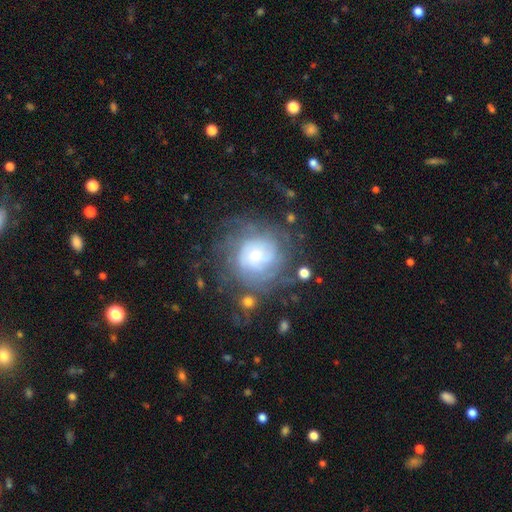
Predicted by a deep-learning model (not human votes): Q: Smooth or featured?
A: featured or disk (66%); runner-up: smooth (25%)
Q: Edge-on disk?
A: no (97%); runner-up: yes (3%)
Q: Bar?
A: no (77%); runner-up: weak (19%)
Q: Spiral arms?
A: yes (83%); runner-up: no (17%)
Q: Spiral winding?
A: tight (63%); runner-up: medium (26%)
Q: Spiral arm count?
A: can't tell (54%); runner-up: 2 (13%)
Q: Bulge size?
A: small (52%); runner-up: moderate (31%)
Q: Merging?
A: none (65%); runner-up: minor disturbance (17%)